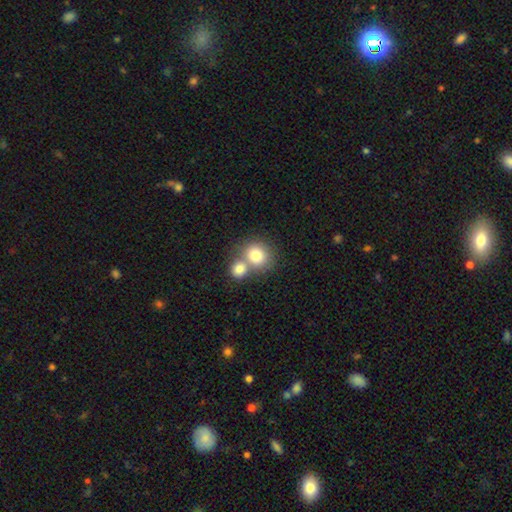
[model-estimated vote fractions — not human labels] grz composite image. It shows a smooth galaxy with no disk features (79%) that is round (81%). Merging: merger (51%).